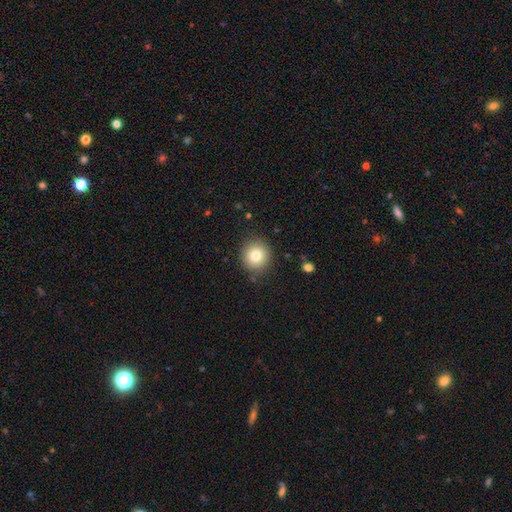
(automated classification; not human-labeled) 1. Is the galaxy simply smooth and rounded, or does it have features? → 80% smooth, 11% star or artifact, 9% featured or disk.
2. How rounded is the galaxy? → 92% round, 7% in between, 1% cigar-shaped.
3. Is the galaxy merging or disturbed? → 88% none, 8% minor disturbance, 2% major disturbance, 1% merger.